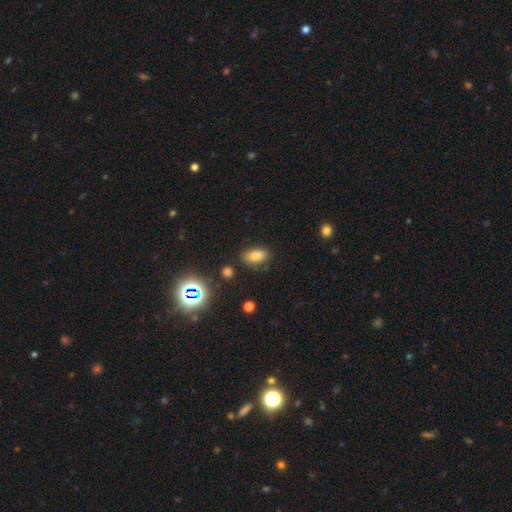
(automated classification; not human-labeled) The model was most divided on "smooth or featured": smooth: 77%, star or artifact: 16%, featured or disk: 8%. More confident: how rounded — in between (88%); merging — none (78%).